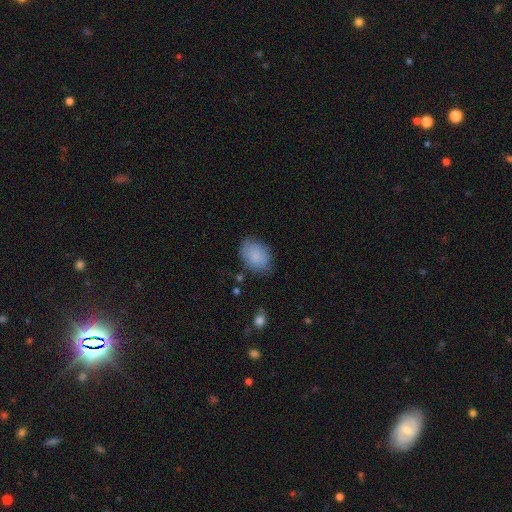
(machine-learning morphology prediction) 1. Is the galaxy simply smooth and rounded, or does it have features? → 85% smooth, 8% featured or disk, 7% star or artifact.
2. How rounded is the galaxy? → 76% in between, 23% round, 1% cigar-shaped.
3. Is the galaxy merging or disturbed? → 72% none, 21% minor disturbance, 5% major disturbance, 2% merger.